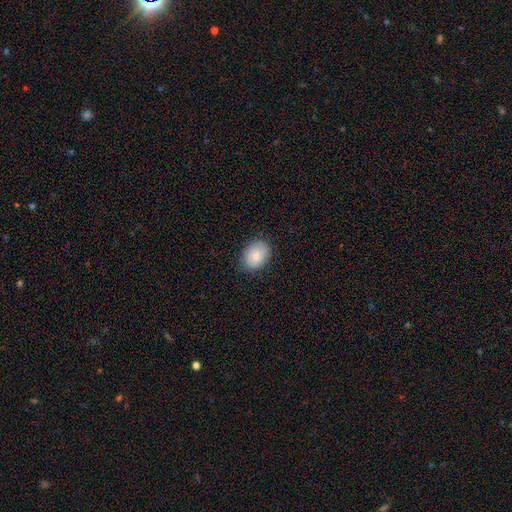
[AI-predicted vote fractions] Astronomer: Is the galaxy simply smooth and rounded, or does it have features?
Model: smooth — 81%.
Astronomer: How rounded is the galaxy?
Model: in between — 66%.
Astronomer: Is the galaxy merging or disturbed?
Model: none — 83%.